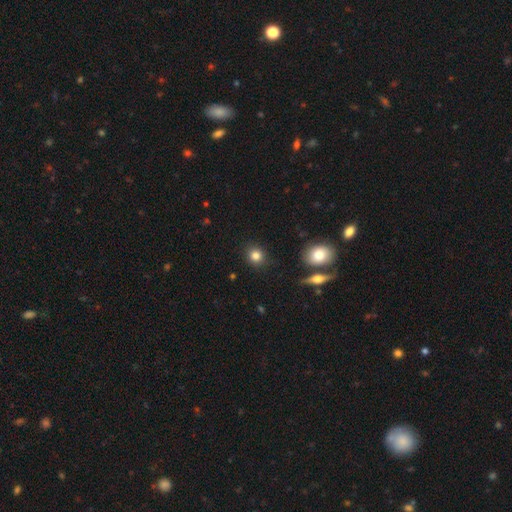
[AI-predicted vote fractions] Overall: smooth (83%). How rounded: round (86%). Merging: none (88%).